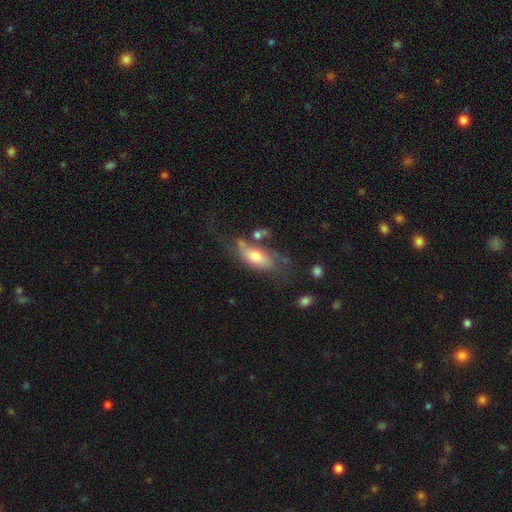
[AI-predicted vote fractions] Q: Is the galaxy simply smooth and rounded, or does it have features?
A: featured or disk — 46%, tied with smooth.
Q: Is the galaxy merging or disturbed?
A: none — 36%.